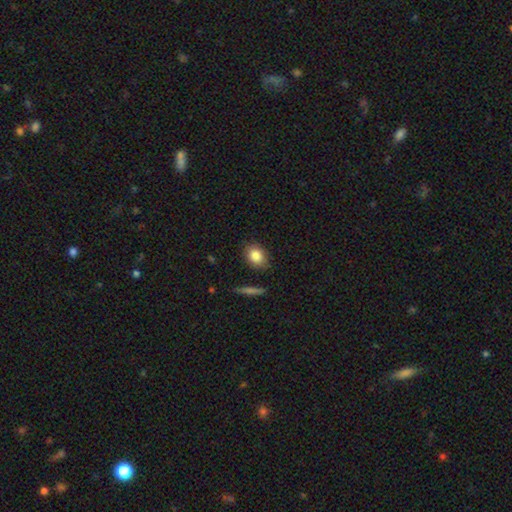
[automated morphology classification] This appears to be a smooth galaxy with no disk features (83%) that is in between round and cigar-shaped (59%). Merging: none (83%).